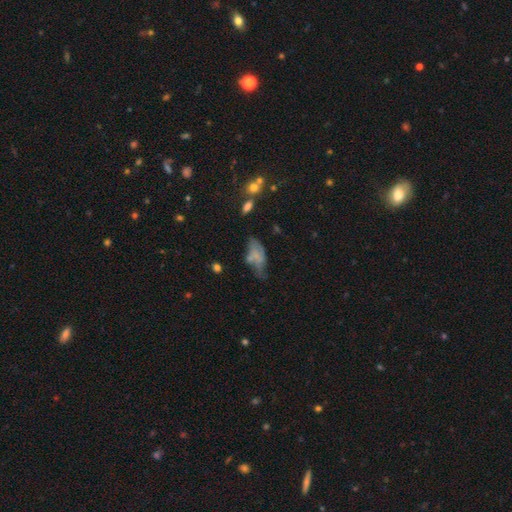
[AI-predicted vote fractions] Q: Smooth or featured?
A: smooth (52%); runner-up: featured or disk (37%)
Q: How rounded?
A: in between (85%); runner-up: cigar-shaped (10%)
Q: Merging?
A: minor disturbance (31%); runner-up: none (30%)